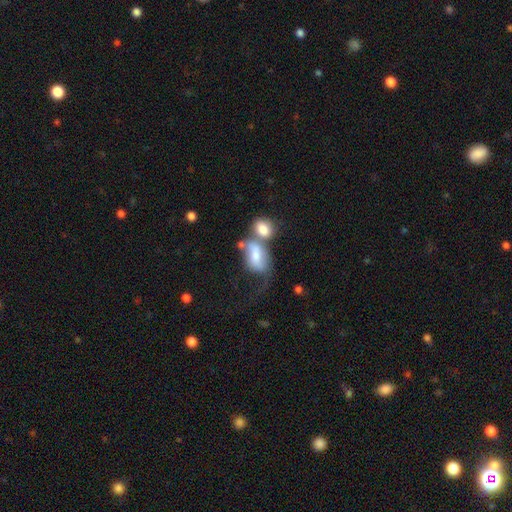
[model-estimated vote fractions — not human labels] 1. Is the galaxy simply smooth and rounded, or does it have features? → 64% smooth, 27% featured or disk, 8% star or artifact.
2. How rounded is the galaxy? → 84% in between, 14% round, 3% cigar-shaped.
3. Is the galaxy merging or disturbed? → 55% merger, 18% none, 16% major disturbance, 12% minor disturbance.